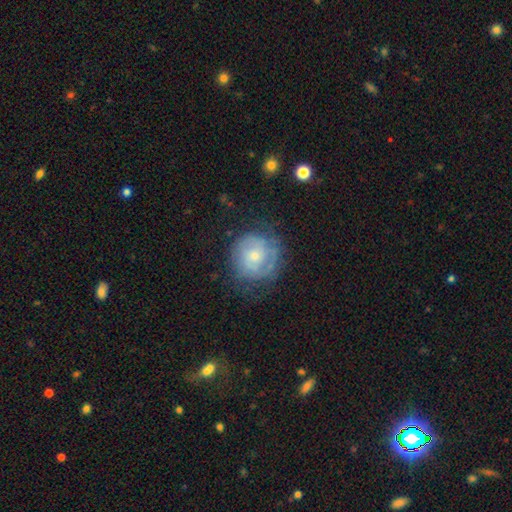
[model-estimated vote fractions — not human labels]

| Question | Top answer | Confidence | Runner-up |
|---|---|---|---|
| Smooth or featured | featured or disk | 51% | smooth (42%) |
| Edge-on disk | no | 97% | yes (3%) |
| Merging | none | 65% | minor disturbance (21%) |